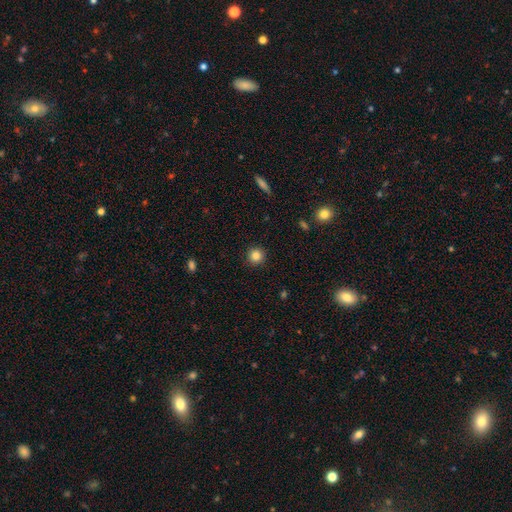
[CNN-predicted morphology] This appears to be a smooth galaxy with no disk features (84%) that is round (95%). Merging: none (92%).